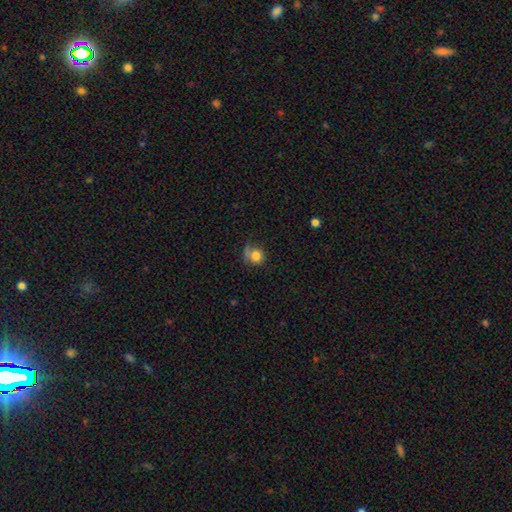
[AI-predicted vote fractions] A smooth galaxy with no disk features (79%) that is round (83%). Merging: none (53%).